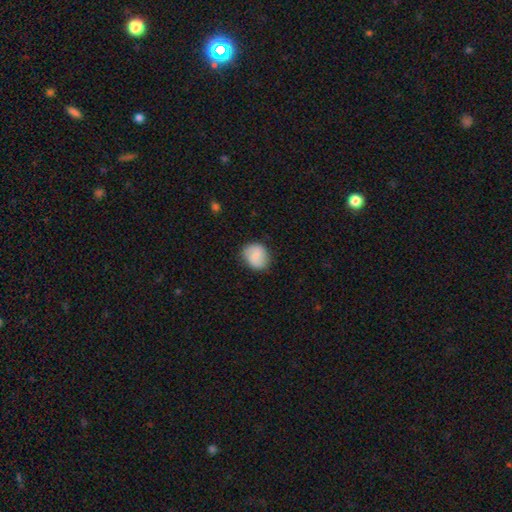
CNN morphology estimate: smooth 64%, featured or disk 29%, star or artifact 7%. Down the decision tree: how rounded — round (66%); merging — none (81%).